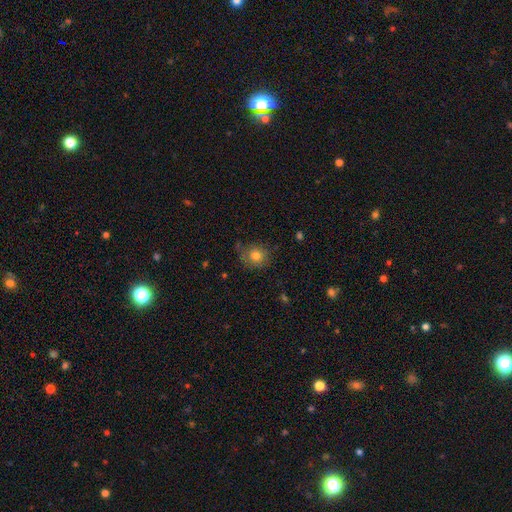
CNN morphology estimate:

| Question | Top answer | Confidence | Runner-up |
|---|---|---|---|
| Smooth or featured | smooth | 79% | star or artifact (11%) |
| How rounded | round | 77% | in between (22%) |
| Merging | none | 71% | minor disturbance (20%) |